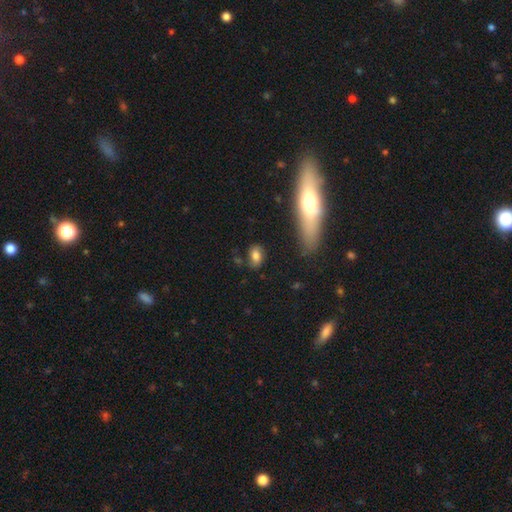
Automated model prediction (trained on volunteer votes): smooth 76%, featured or disk 14%, star or artifact 10%. Down the decision tree: how rounded — in between (79%); merging — none (76%).